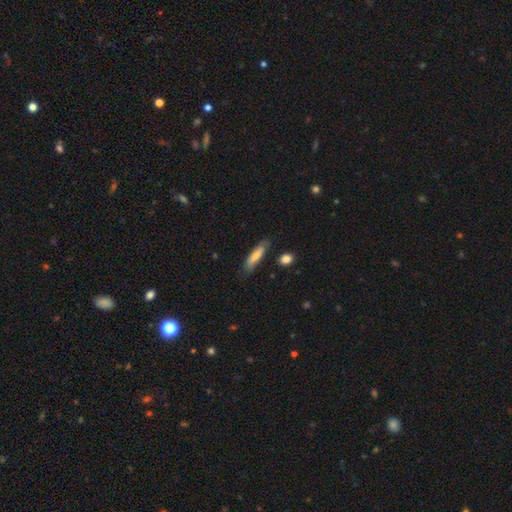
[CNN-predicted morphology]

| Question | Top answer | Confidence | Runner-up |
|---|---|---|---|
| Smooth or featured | smooth | 70% | featured or disk (24%) |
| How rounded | cigar-shaped | 71% | in between (27%) |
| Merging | none | 75% | minor disturbance (18%) |